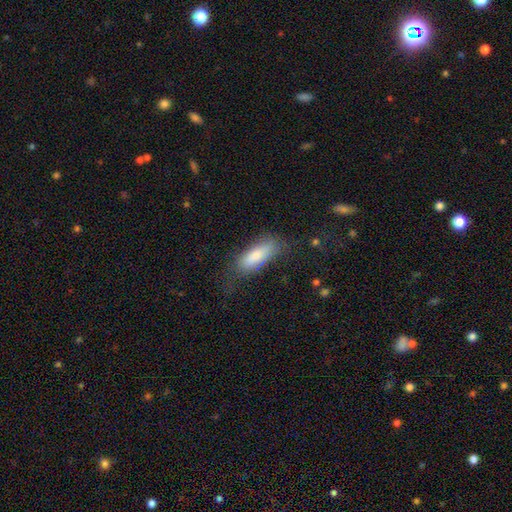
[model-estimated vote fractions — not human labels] A smooth galaxy with no disk features (79%) that is in between round and cigar-shaped (63%).

Vote fractions:
- Smooth or featured? smooth: 79% / featured or disk: 14% / star or artifact: 7%
- How rounded? in between: 63% / cigar-shaped: 35% / round: 2%
- Merging? none: 62% / minor disturbance: 24% / major disturbance: 12% / merger: 2%